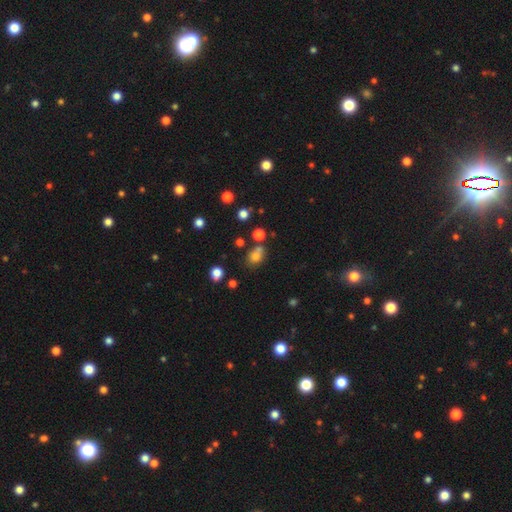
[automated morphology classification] The model was most divided on "how rounded": round: 55%, in between: 43%, cigar-shaped: 1%. More confident: smooth or featured — smooth (72%); merging — none (56%).